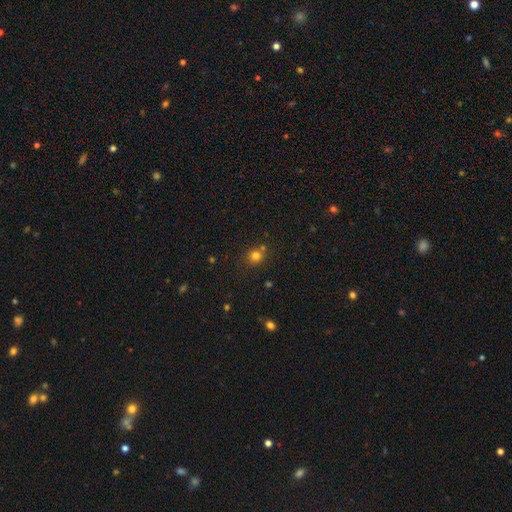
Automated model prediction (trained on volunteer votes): Overall: smooth (78%). How rounded: round (80%). Merging: none (71%).